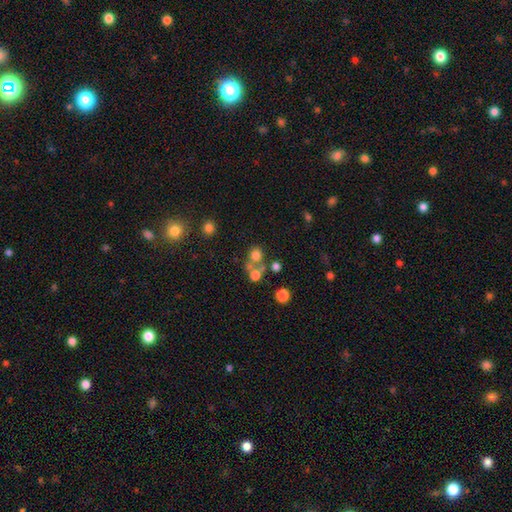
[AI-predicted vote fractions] smooth 68%, star or artifact 18%, featured or disk 14%. Down the decision tree: how rounded — round (85%); merging — none (48%).